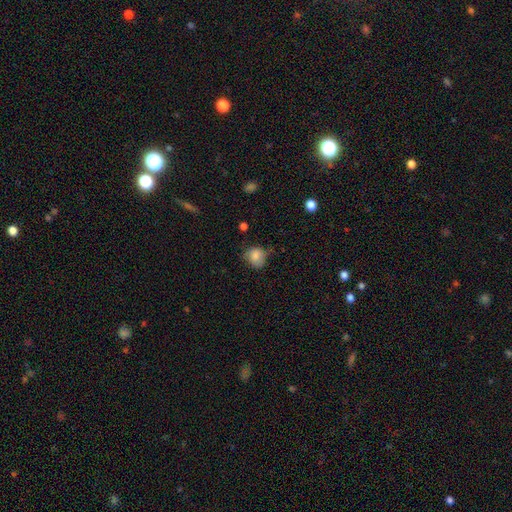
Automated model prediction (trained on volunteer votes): smooth-or-featured: smooth: 81% | featured or disk: 10% | star or artifact: 9%
  how-rounded: round: 75% | in between: 24% | cigar-shaped: 1%
  merging: none: 61% | minor disturbance: 30% | major disturbance: 7% | merger: 2%